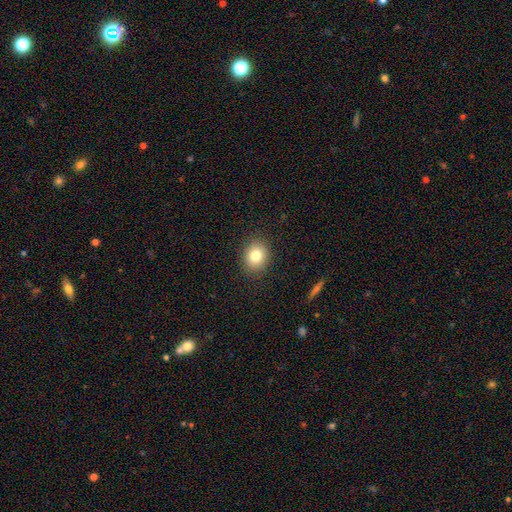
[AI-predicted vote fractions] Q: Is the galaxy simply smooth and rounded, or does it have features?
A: smooth — 81%.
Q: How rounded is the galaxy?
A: round — 60%.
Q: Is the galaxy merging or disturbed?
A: none — 89%.